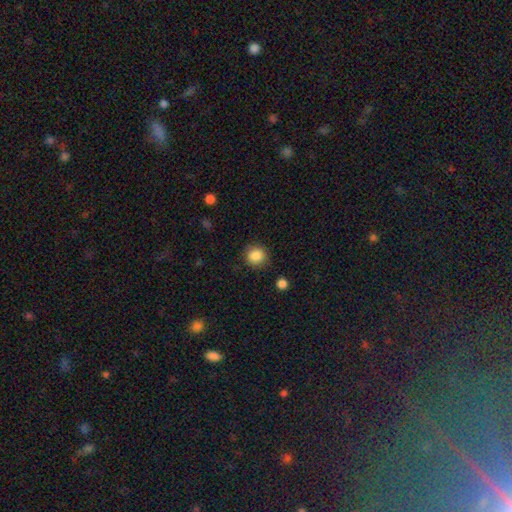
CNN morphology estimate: Smooth or featured?
  - smooth: 86% *
  - star or artifact: 10%
  - featured or disk: 4%
How rounded?
  - round: 88% *
  - in between: 11%
  - cigar-shaped: 1%
Merging?
  - none: 88% *
  - minor disturbance: 8%
  - major disturbance: 3%
  - merger: 2%